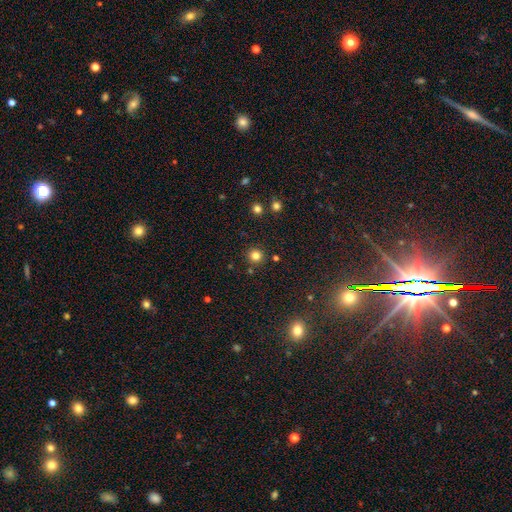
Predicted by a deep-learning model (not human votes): The model was most divided on "smooth or featured": smooth: 81%, star or artifact: 14%, featured or disk: 5%. More confident: how rounded — round (95%); merging — none (89%).